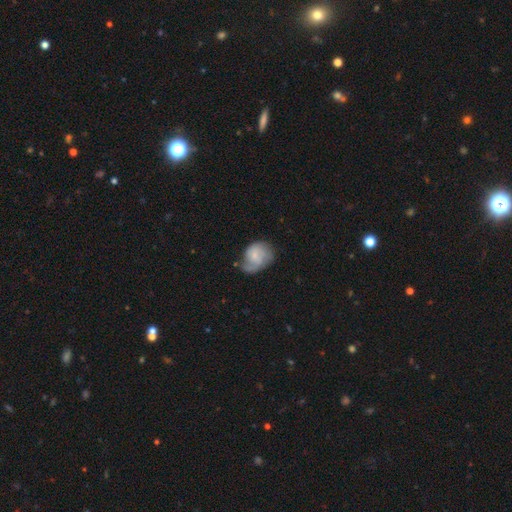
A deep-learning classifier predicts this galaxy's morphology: Smooth or featured?
  - smooth: 50% *
  - featured or disk: 42%
  - star or artifact: 7%
How rounded?
  - in between: 60% *
  - round: 39%
  - cigar-shaped: 1%
Merging?
  - none: 42% *
  - minor disturbance: 35%
  - major disturbance: 19%
  - merger: 4%